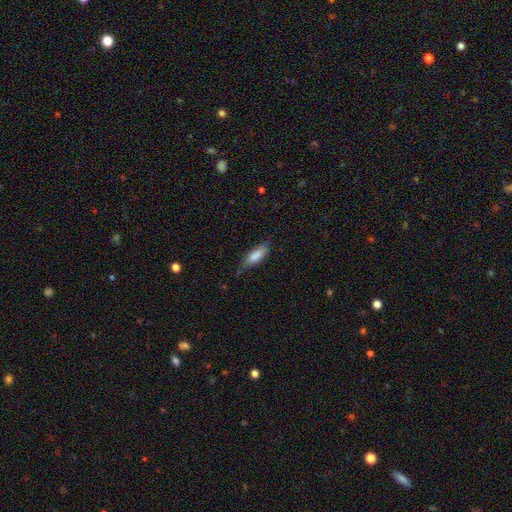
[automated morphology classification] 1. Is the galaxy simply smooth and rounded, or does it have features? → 81% smooth, 13% featured or disk, 6% star or artifact.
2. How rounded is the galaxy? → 62% in between, 36% cigar-shaped, 2% round.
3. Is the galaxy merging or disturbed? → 63% none, 29% minor disturbance, 6% major disturbance, 2% merger.